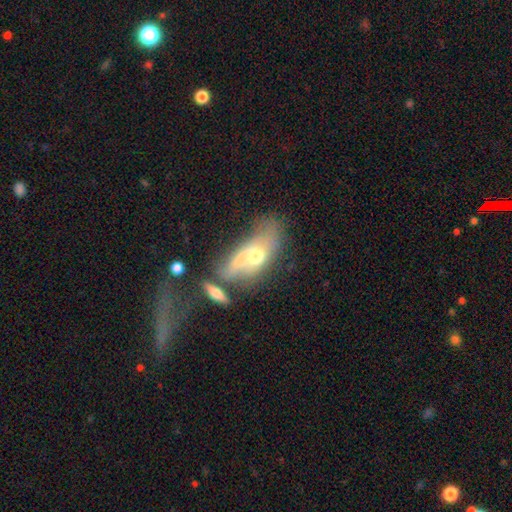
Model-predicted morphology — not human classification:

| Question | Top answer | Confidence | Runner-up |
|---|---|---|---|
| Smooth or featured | smooth | 52% | featured or disk (39%) |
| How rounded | in between | 78% | cigar-shaped (14%) |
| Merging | merger | 42% | none (24%) |